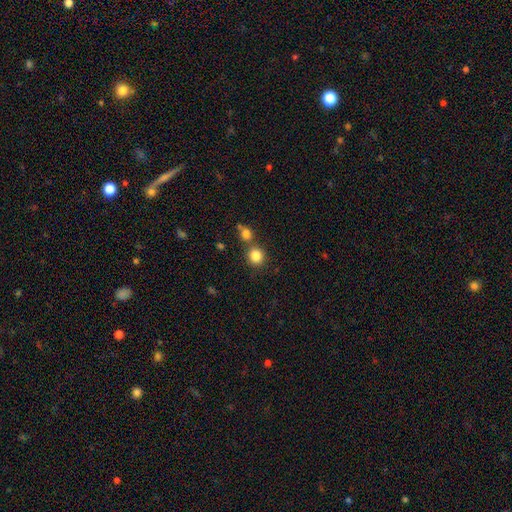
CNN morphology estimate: Smooth or featured? smooth (84%)
How rounded? round (89%)
Merging? none (68%)